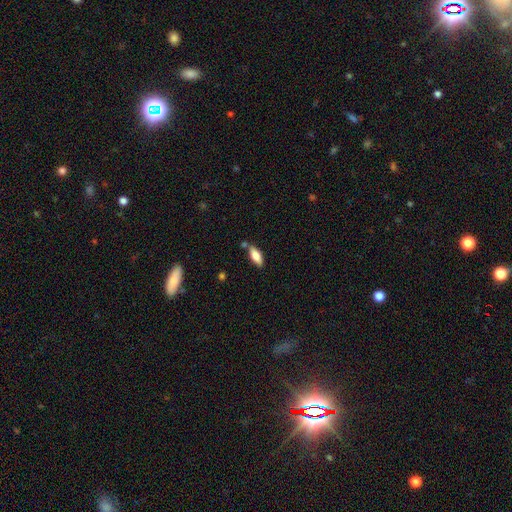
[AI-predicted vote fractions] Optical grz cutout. It shows a smooth galaxy with no disk features (75%) that is in between round and cigar-shaped (75%). Merging: none (72%).